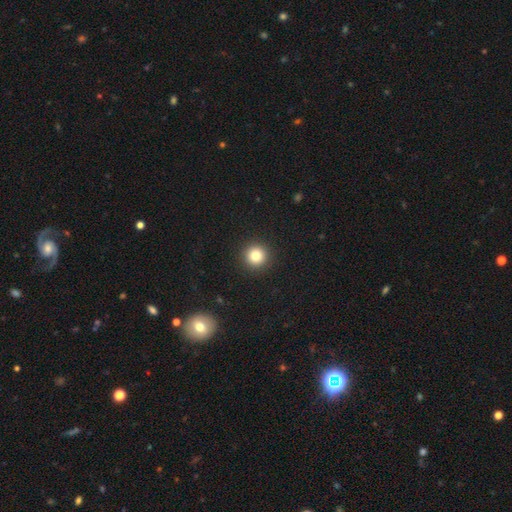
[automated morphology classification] Smooth or featured?
  - smooth: 83% *
  - star or artifact: 11%
  - featured or disk: 6%
How rounded?
  - round: 95% *
  - in between: 4%
  - cigar-shaped: 1%
Merging?
  - none: 93% *
  - minor disturbance: 5%
  - major disturbance: 2%
  - merger: 1%